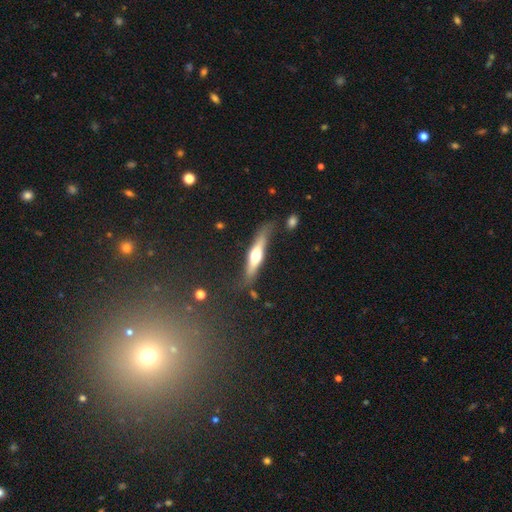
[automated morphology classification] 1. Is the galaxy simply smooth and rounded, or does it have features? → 58% featured or disk, 37% smooth, 5% star or artifact.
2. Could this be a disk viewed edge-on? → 92% yes, 8% no.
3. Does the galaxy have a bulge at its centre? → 91% rounded, 5% boxy, 4% none.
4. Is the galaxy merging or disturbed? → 74% none, 18% minor disturbance, 5% major disturbance, 3% merger.